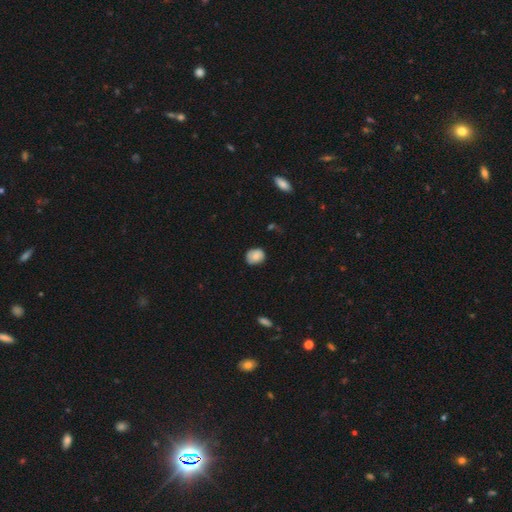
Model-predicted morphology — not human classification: Smooth or featured? Predicted: smooth (p=0.81). How rounded? Predicted: round (p=0.52). Merging? Predicted: none (p=0.72).